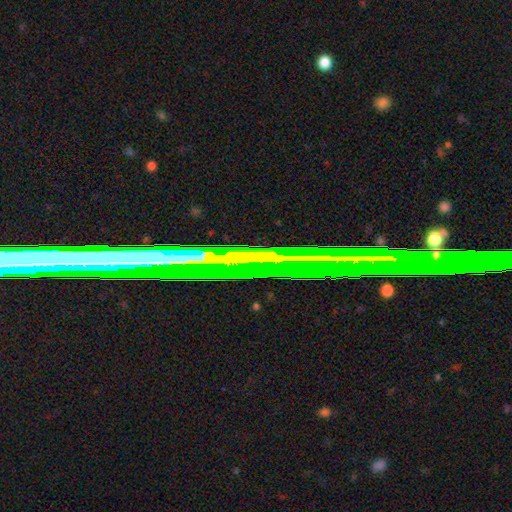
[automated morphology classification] star or artifact 56%, featured or disk 31%, smooth 12%.